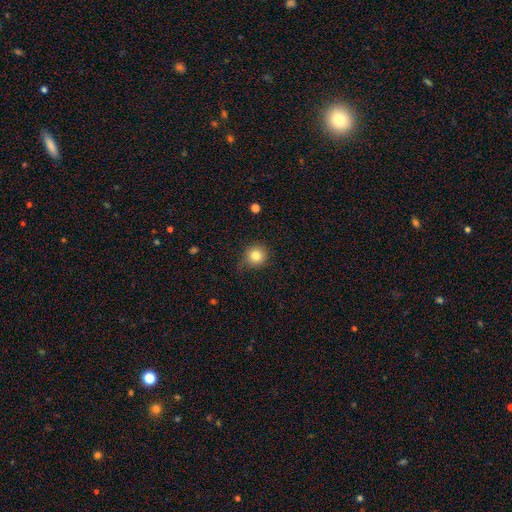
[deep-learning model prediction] smooth 82%, star or artifact 11%, featured or disk 7%. Down the decision tree: how rounded — round (92%); merging — none (75%).